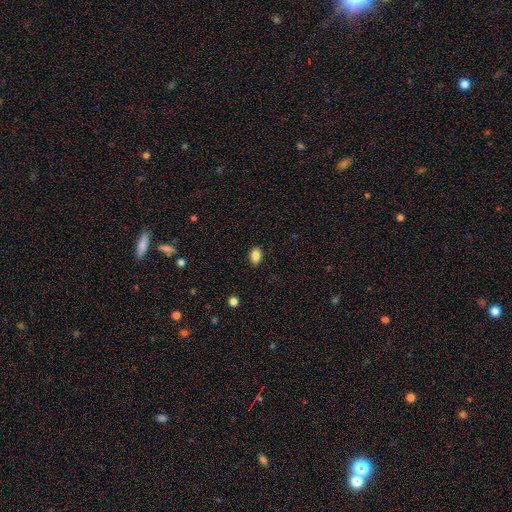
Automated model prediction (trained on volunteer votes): A smooth galaxy with no disk features (85%) that is in between round and cigar-shaped (85%).

Vote fractions:
- Smooth or featured? smooth: 85% / star or artifact: 9% / featured or disk: 6%
- How rounded? in between: 85% / round: 13% / cigar-shaped: 2%
- Merging? none: 88% / minor disturbance: 9% / major disturbance: 2% / merger: 1%